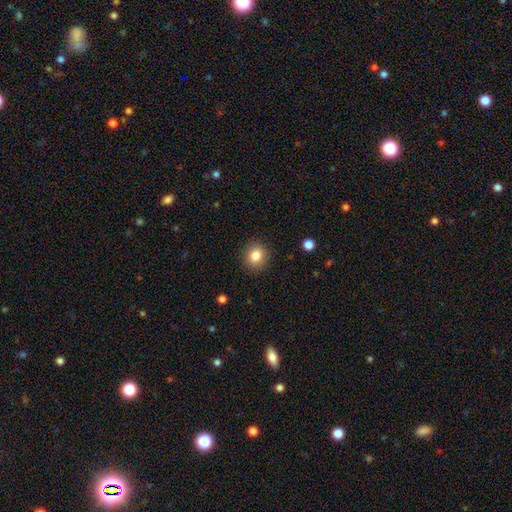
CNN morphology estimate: The model was most divided on "how rounded": round: 77%, in between: 22%, cigar-shaped: 1%. More confident: merging — none (89%); smooth or featured — smooth (83%).